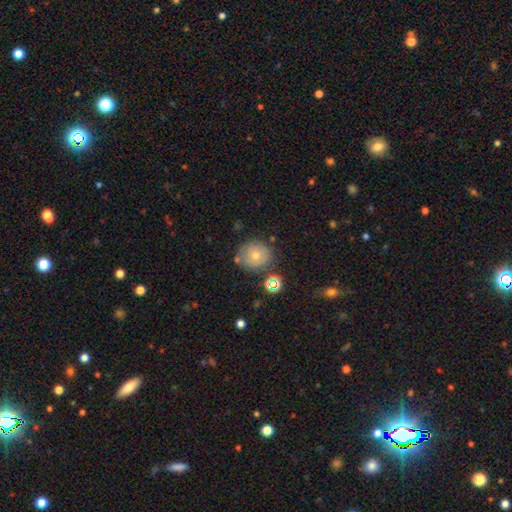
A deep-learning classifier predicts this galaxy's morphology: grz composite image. It shows a smooth galaxy with no disk features (59%) that is round (83%). Merging: none (71%).